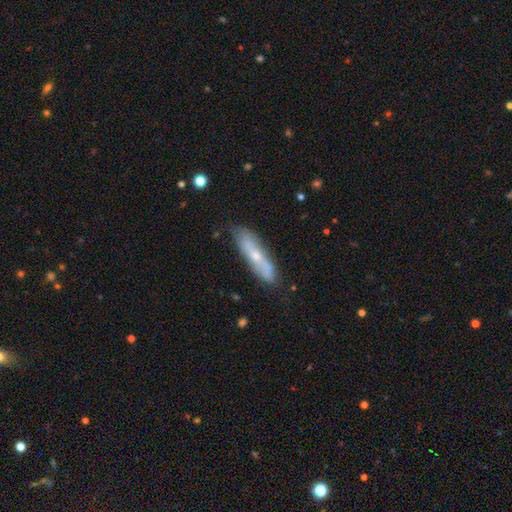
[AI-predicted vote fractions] featured or disk 54%, smooth 39%, star or artifact 7%. Down the decision tree: edge-on disk — no (53%); merging — none (75%).